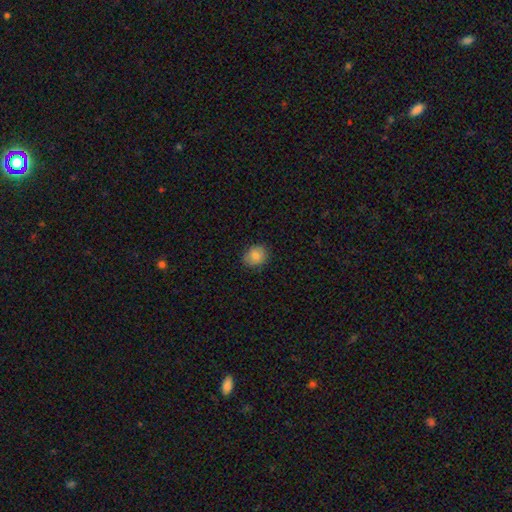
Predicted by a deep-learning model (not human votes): smooth_or_featured: smooth (p=0.84) [alt: star or artifact p=0.09]
how_rounded: round (p=0.57) [alt: in between p=0.42]
merging: none (p=0.83) [alt: minor disturbance p=0.13]